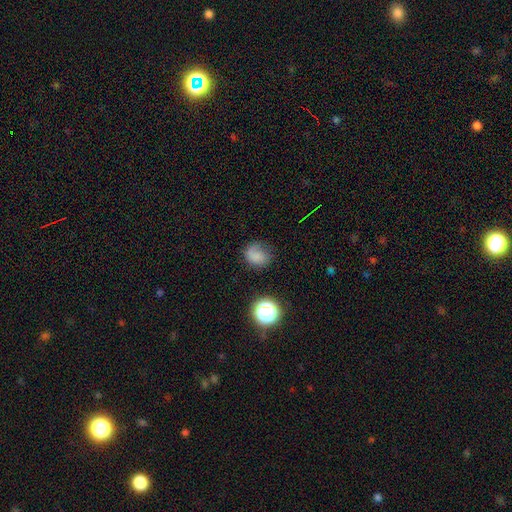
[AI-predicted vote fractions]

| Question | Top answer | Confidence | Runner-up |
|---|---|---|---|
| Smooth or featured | smooth | 70% | featured or disk (16%) |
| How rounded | round | 57% | in between (42%) |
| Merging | none | 54% | minor disturbance (28%) |